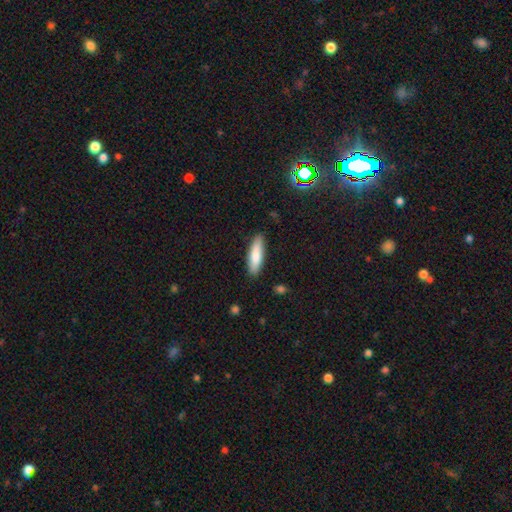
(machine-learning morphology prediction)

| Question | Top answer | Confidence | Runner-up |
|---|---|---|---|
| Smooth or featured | smooth | 78% | featured or disk (16%) |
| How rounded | cigar-shaped | 59% | in between (40%) |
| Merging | none | 87% | minor disturbance (10%) |